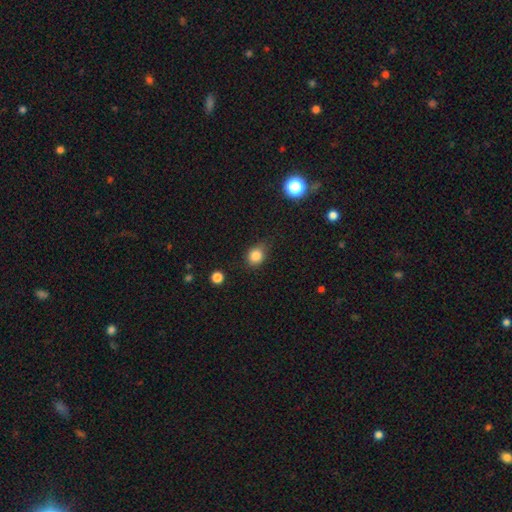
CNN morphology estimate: Smooth or featured?
  - smooth: 83% *
  - star or artifact: 12%
  - featured or disk: 6%
How rounded?
  - round: 64% *
  - in between: 35%
  - cigar-shaped: 1%
Merging?
  - none: 70% *
  - minor disturbance: 22%
  - major disturbance: 5%
  - merger: 2%